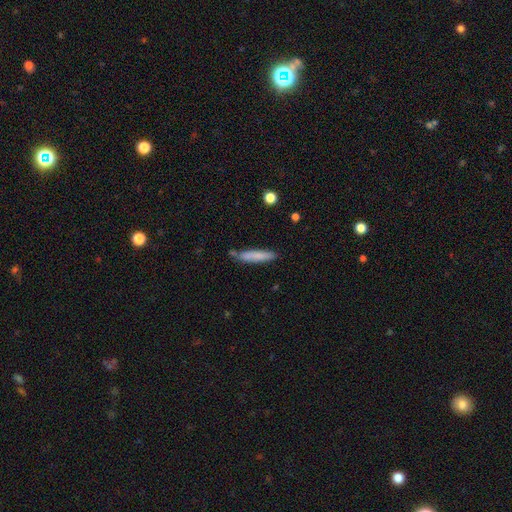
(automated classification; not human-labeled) This appears to be a smooth galaxy with no disk features (78%) that is cigar-shaped (89%). Merging: none (76%).